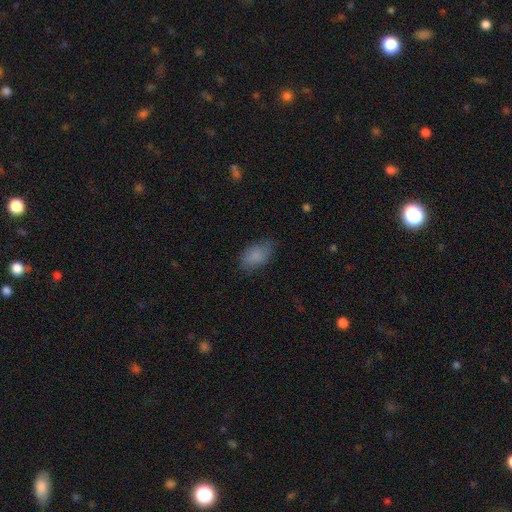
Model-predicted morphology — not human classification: Q: Smooth or featured?
A: smooth (86%); runner-up: star or artifact (8%)
Q: How rounded?
A: in between (91%); runner-up: round (7%)
Q: Merging?
A: none (74%); runner-up: minor disturbance (20%)